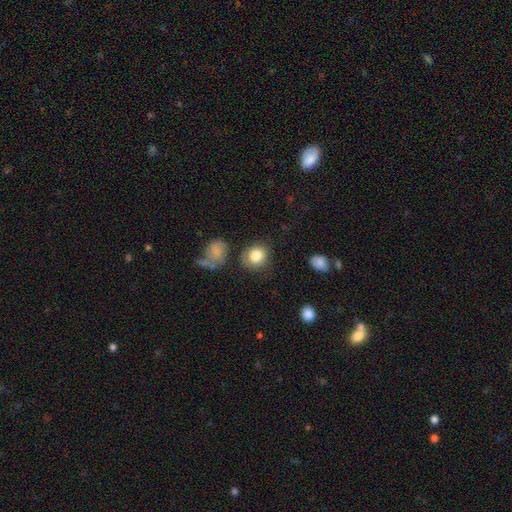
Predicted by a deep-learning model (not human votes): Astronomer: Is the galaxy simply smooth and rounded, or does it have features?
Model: smooth — 84%.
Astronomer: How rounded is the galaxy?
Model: round — 74%.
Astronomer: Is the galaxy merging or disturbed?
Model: none — 74%.